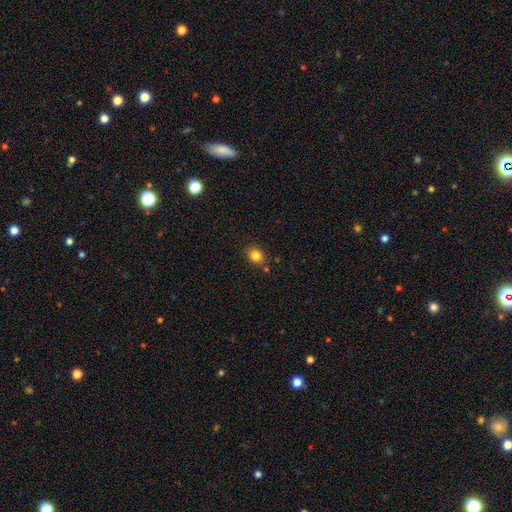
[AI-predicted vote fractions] A smooth galaxy with no disk features (83%) that is round (61%). Merging: none (83%).